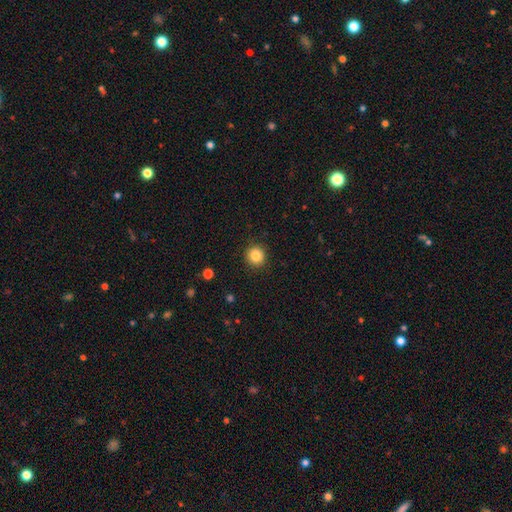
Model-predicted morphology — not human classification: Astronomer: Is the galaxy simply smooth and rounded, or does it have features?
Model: smooth — 85%.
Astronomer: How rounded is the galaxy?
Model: round — 94%.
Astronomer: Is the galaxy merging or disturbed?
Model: none — 91%.